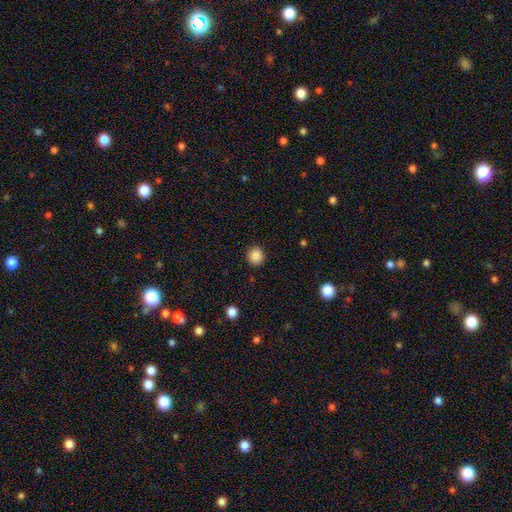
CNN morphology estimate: The model was most divided on "how rounded": round: 88%, in between: 11%, cigar-shaped: 1%. More confident: merging — none (90%); smooth or featured — smooth (87%).